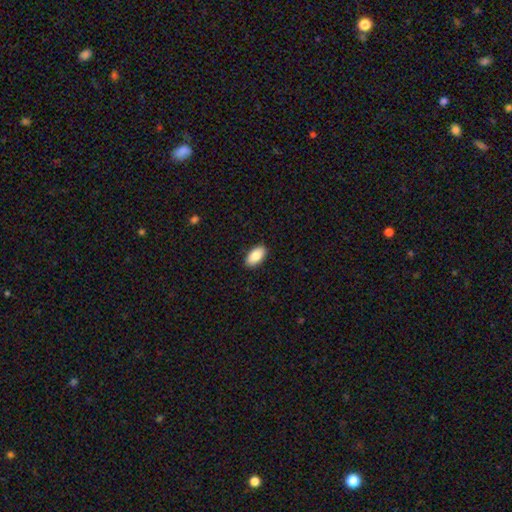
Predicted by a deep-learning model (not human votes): Q: Smooth or featured?
A: smooth (84%); runner-up: featured or disk (10%)
Q: How rounded?
A: in between (94%); runner-up: cigar-shaped (3%)
Q: Merging?
A: none (90%); runner-up: minor disturbance (7%)